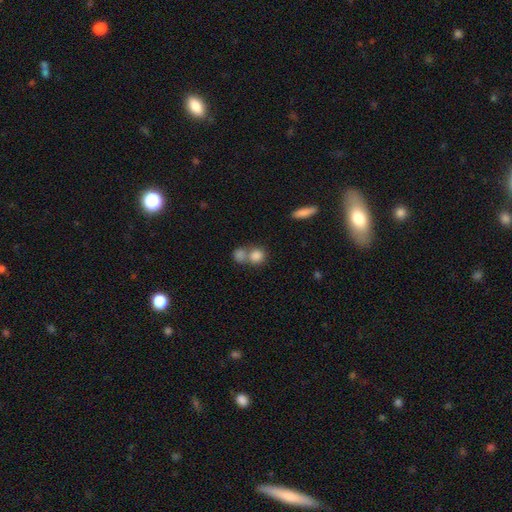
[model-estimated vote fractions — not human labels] smooth_or_featured: smooth (p=0.83) [alt: star or artifact p=0.09]
how_rounded: round (p=0.77) [alt: in between p=0.22]
merging: merger (p=0.51) [alt: none p=0.38]